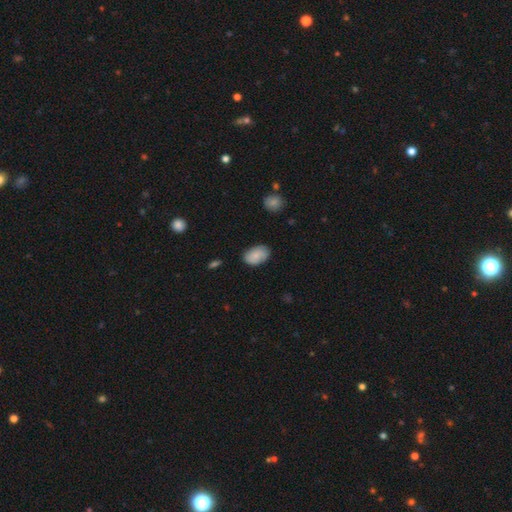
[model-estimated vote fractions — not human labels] smooth-or-featured: smooth: 78% | featured or disk: 15% | star or artifact: 7%
  how-rounded: in between: 89% | round: 9% | cigar-shaped: 1%
  merging: none: 78% | minor disturbance: 17% | major disturbance: 3% | merger: 1%